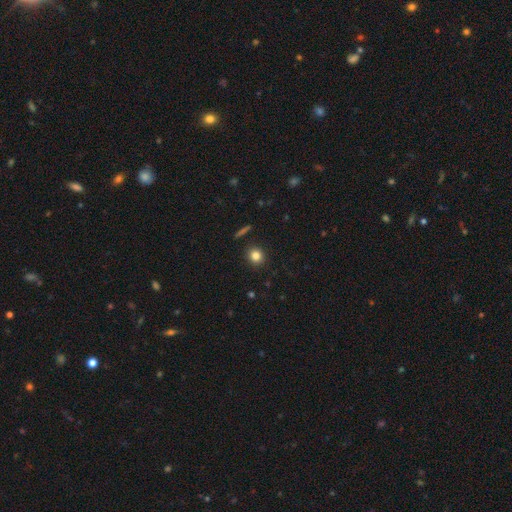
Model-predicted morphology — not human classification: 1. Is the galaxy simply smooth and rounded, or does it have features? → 82% smooth, 11% star or artifact, 6% featured or disk.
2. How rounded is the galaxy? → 89% round, 9% in between, 1% cigar-shaped.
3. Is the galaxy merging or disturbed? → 92% none, 5% minor disturbance, 2% major disturbance, 1% merger.